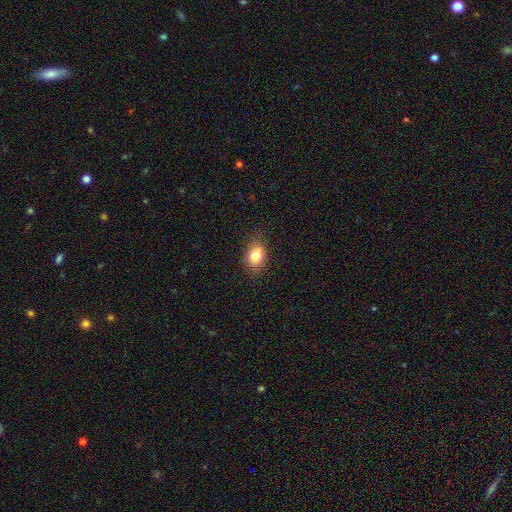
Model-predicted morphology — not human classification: A smooth galaxy with no disk features (81%) that is in between round and cigar-shaped (58%).

Vote fractions:
- Smooth or featured? smooth: 81% / star or artifact: 10% / featured or disk: 8%
- How rounded? in between: 58% / round: 40% / cigar-shaped: 1%
- Merging? none: 79% / minor disturbance: 16% / major disturbance: 4% / merger: 1%